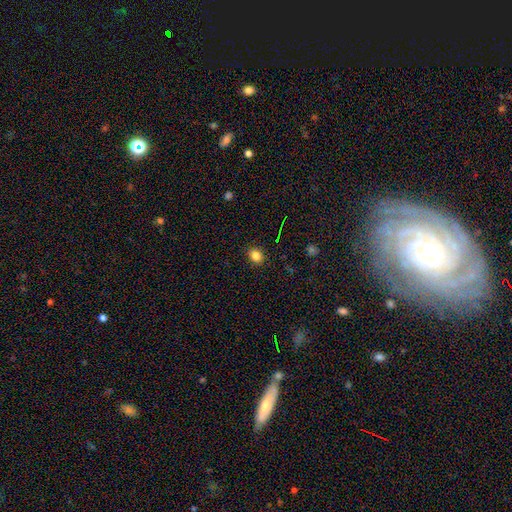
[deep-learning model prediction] smooth 82%, star or artifact 12%, featured or disk 6%. Down the decision tree: how rounded — round (60%); merging — none (90%).